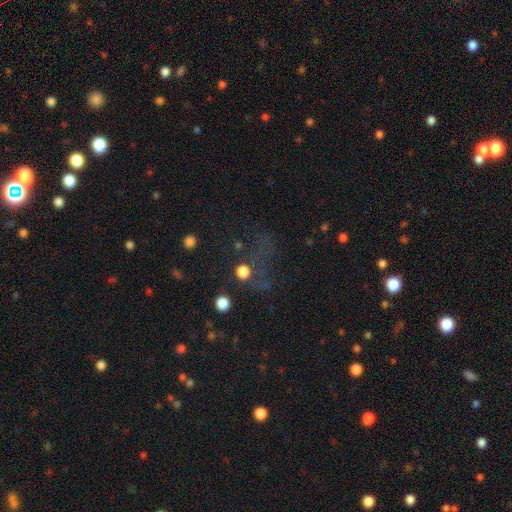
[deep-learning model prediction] Morphology: type=star or artifact (58%).